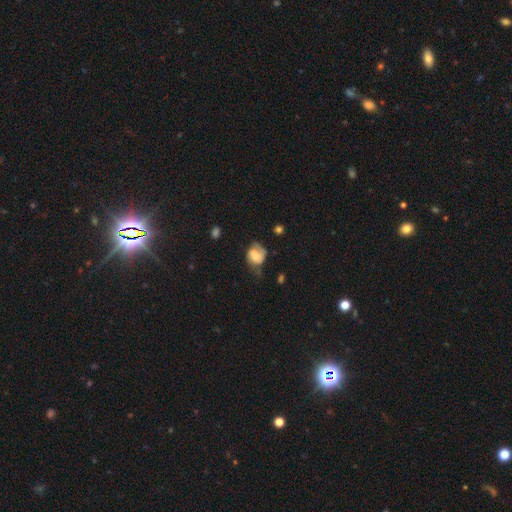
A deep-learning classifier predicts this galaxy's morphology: Overall: smooth (46%; featured or disk 45%). Merging: none (40%; minor disturbance 31%).